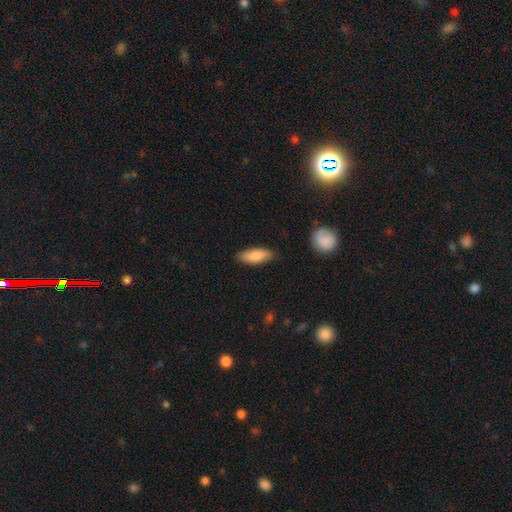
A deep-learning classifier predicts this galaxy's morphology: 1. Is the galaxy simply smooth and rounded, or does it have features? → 85% smooth, 9% featured or disk, 6% star or artifact.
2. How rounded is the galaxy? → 68% in between, 30% cigar-shaped, 2% round.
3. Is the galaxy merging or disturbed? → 85% none, 12% minor disturbance, 2% major disturbance, 2% merger.